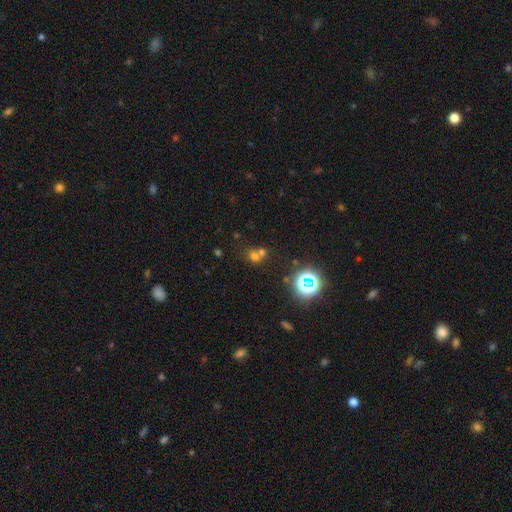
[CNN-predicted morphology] smooth_or_featured: smooth (p=0.56) [alt: star or artifact p=0.31]
how_rounded: round (p=0.74) [alt: in between p=0.25]
merging: merger (p=0.50) [alt: none p=0.40]